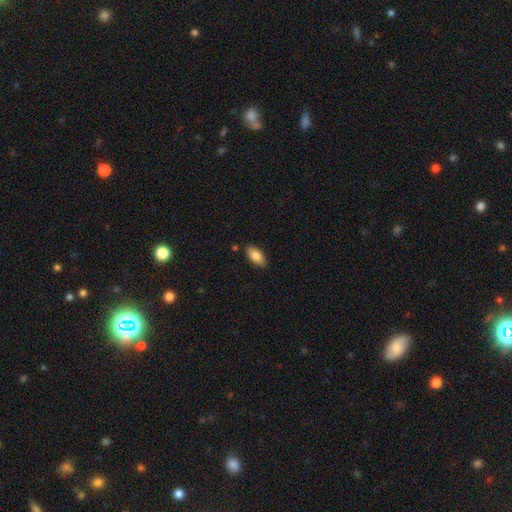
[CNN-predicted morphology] smooth-or-featured: smooth: 85% | featured or disk: 8% | star or artifact: 7%
  how-rounded: in between: 92% | cigar-shaped: 6% | round: 2%
  merging: none: 87% | minor disturbance: 10% | major disturbance: 2% | merger: 2%